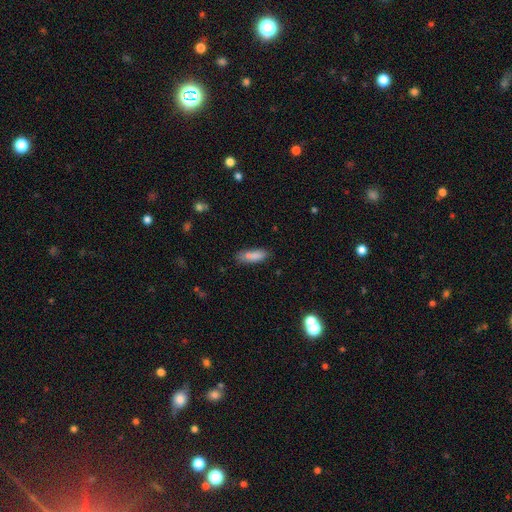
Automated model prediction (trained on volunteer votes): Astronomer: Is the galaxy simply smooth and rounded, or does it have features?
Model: smooth — 84%.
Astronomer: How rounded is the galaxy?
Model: in between — 54% (runner-up: cigar-shaped, 44%).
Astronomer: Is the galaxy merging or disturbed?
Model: none — 72%.